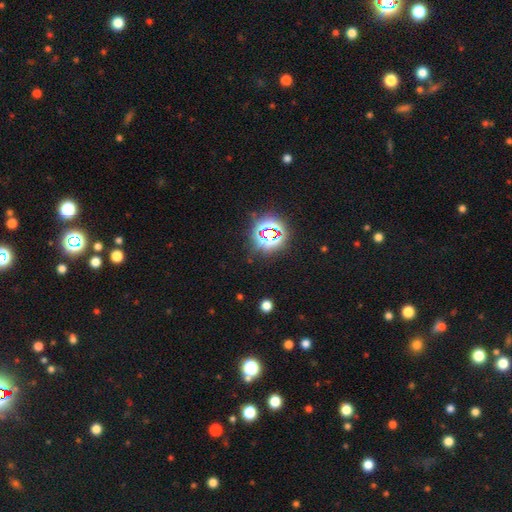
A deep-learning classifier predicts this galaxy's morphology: smooth_or_featured: star or artifact (p=0.75) [alt: smooth p=0.19]